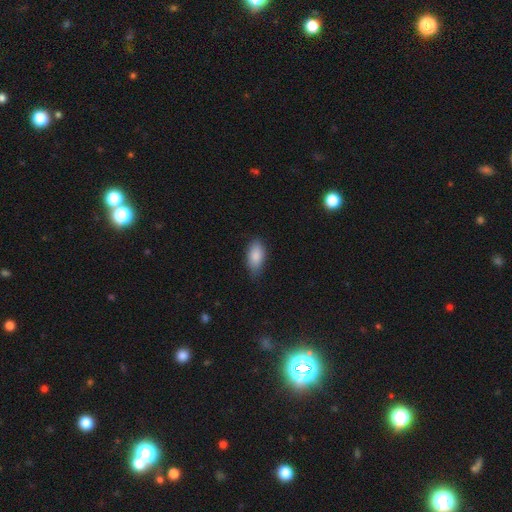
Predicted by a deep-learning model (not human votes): This is clearly a smooth galaxy (87%). How rounded: clearly in between (91%). Merging: likely none (74%).